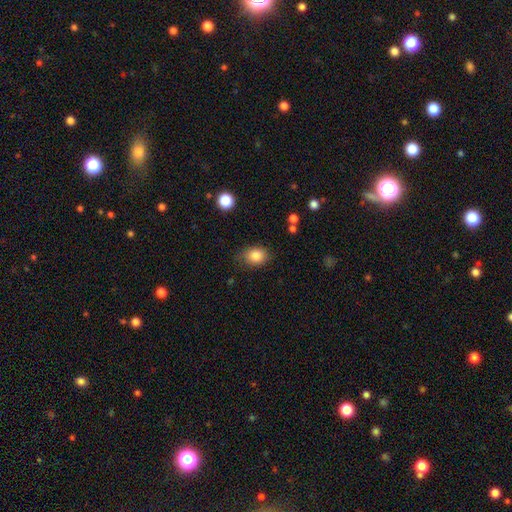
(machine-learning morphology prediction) Smooth or featured? Predicted: smooth (p=0.85). How rounded? Predicted: in between (p=0.59). Merging? Predicted: none (p=0.77).